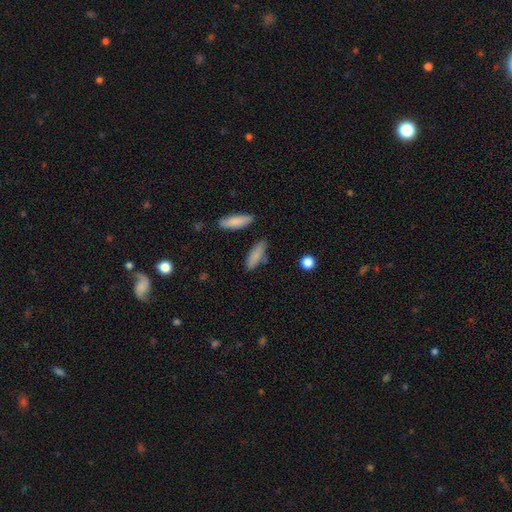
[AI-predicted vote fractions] A smooth galaxy with no disk features (83%) that is in between round and cigar-shaped (50%).

Vote fractions:
- Smooth or featured? smooth: 83% / featured or disk: 10% / star or artifact: 7%
- How rounded? in between: 50% / cigar-shaped: 48% / round: 3%
- Merging? none: 74% / minor disturbance: 15% / merger: 7% / major disturbance: 4%